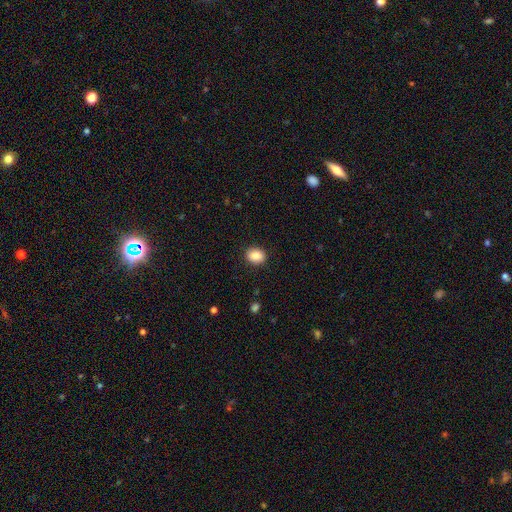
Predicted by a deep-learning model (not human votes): This appears to be a smooth galaxy with no disk features (89%) that is in between round and cigar-shaped (53%). Merging: none (90%).